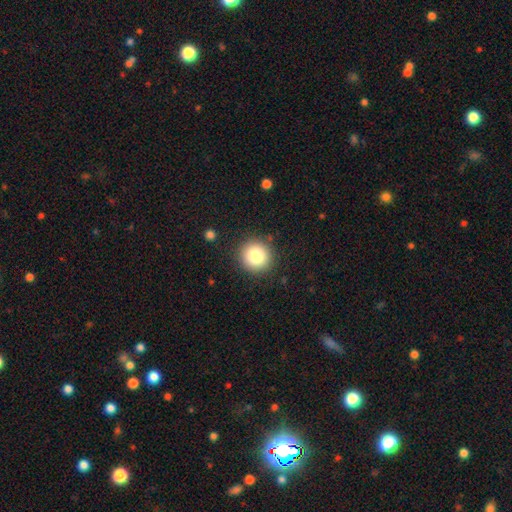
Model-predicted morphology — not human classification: Smooth or featured?
  - smooth: 81% *
  - star or artifact: 11%
  - featured or disk: 8%
How rounded?
  - round: 94% *
  - in between: 6%
  - cigar-shaped: 1%
Merging?
  - none: 90% *
  - minor disturbance: 7%
  - major disturbance: 2%
  - merger: 1%